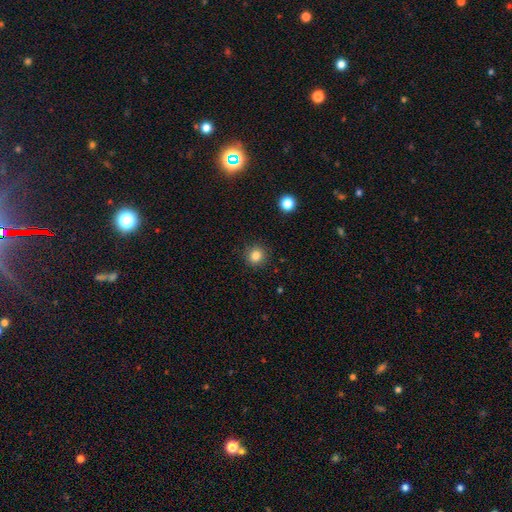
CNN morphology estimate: Smooth or featured? Predicted: smooth (p=0.83). How rounded? Predicted: round (p=0.91). Merging? Predicted: none (p=0.90).